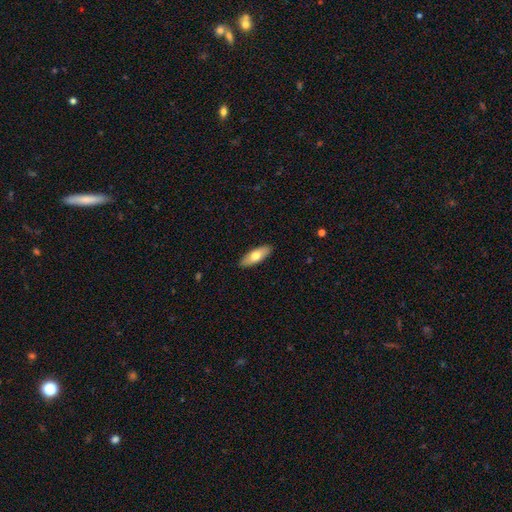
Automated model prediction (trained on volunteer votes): Smooth or featured: smooth — 70% (featured or disk — 25%)
How rounded: in between — 68% (cigar-shaped — 30%)
Merging: none — 89% (minor disturbance — 8%)